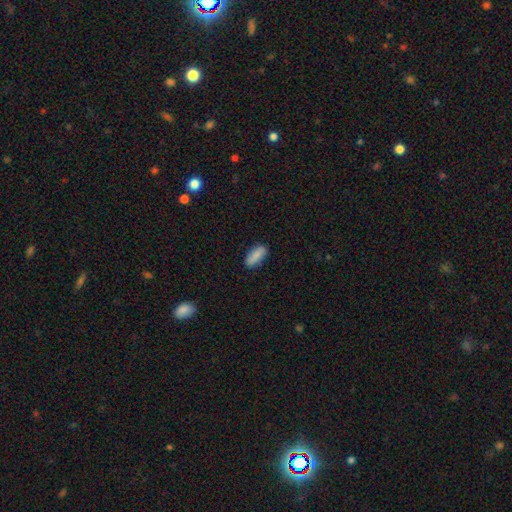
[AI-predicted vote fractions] Smooth or featured? smooth (88%)
How rounded? in between (77%)
Merging? none (87%)